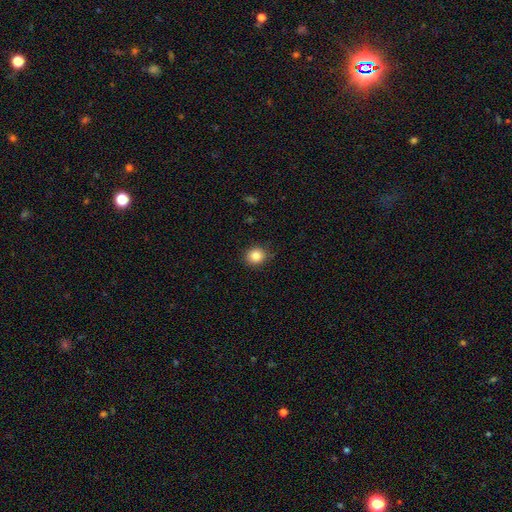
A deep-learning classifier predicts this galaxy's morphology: Smooth or featured: smooth — 85% (star or artifact — 10%)
How rounded: round — 81% (in between — 18%)
Merging: none — 87% (minor disturbance — 10%)